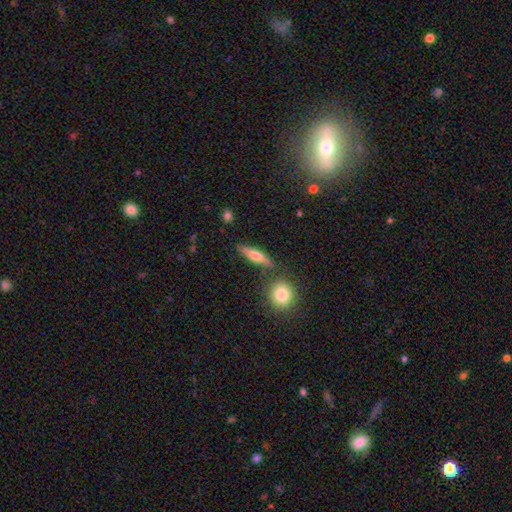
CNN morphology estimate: A smooth galaxy with no disk features (56%) that is cigar-shaped (64%).

Vote fractions:
- Smooth or featured? smooth: 56% / featured or disk: 37% / star or artifact: 7%
- How rounded? cigar-shaped: 64% / in between: 31% / round: 5%
- Merging? none: 78% / minor disturbance: 11% / merger: 8% / major disturbance: 3%